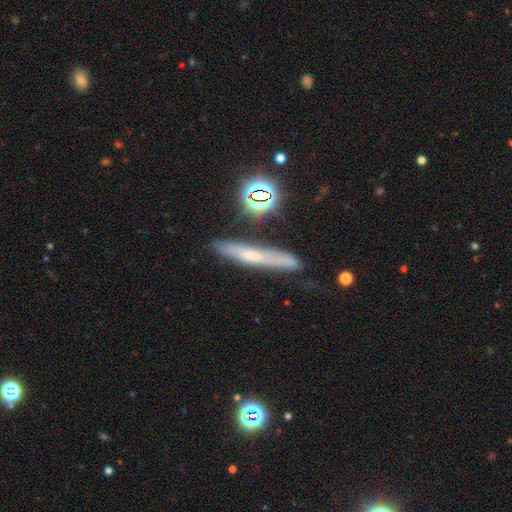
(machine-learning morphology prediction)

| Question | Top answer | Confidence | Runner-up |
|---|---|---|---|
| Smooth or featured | smooth | 42% | featured or disk (40%) |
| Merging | none | 76% | minor disturbance (16%) |